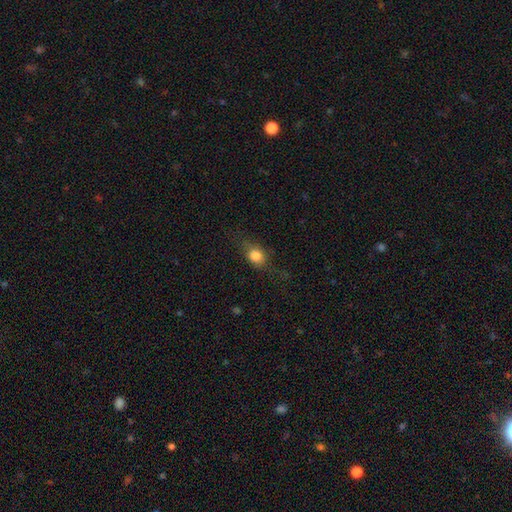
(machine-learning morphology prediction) smooth_or_featured: smooth (p=0.75) [alt: featured or disk p=0.16]
how_rounded: round (p=0.48) [alt: in between p=0.47]
merging: none (p=0.65) [alt: minor disturbance p=0.21]